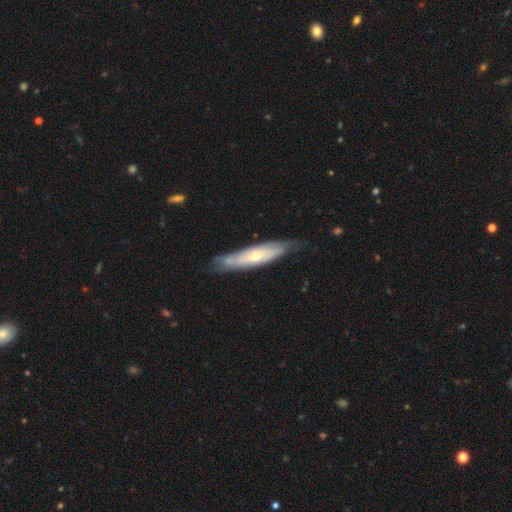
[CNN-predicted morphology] Overall: featured or disk (62%; smooth 33%). Edge-on disk: no (53%; yes 47%). Merging: none (70%).